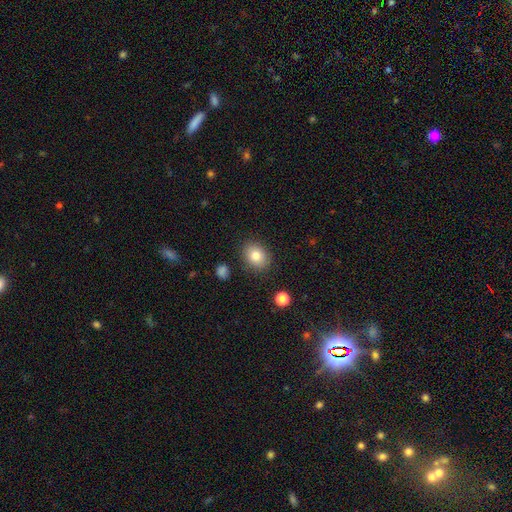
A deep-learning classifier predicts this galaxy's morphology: A smooth galaxy with no disk features (81%) that is round (50%).

Vote fractions:
- Smooth or featured? smooth: 81% / star or artifact: 10% / featured or disk: 9%
- How rounded? round: 50% / in between: 49% / cigar-shaped: 1%
- Merging? none: 86% / minor disturbance: 9% / major disturbance: 3% / merger: 2%